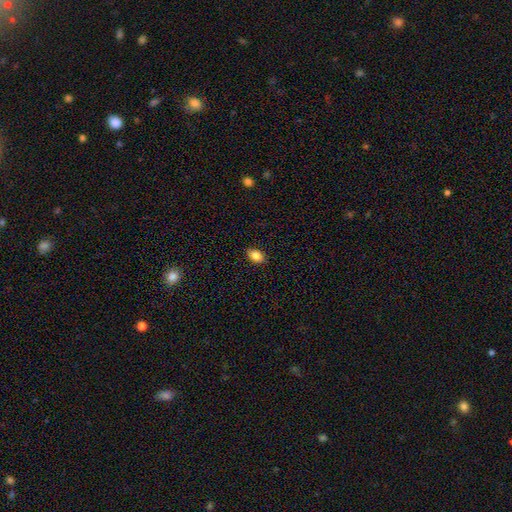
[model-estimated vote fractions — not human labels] smooth 87%, star or artifact 9%, featured or disk 5%. Down the decision tree: how rounded — in between (80%); merging — none (89%).